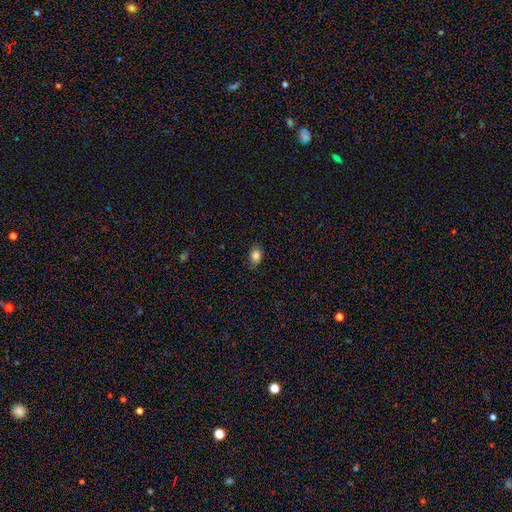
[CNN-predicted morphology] Q: Smooth or featured?
A: smooth (85%); runner-up: star or artifact (10%)
Q: How rounded?
A: in between (76%); runner-up: round (22%)
Q: Merging?
A: none (83%); runner-up: minor disturbance (13%)